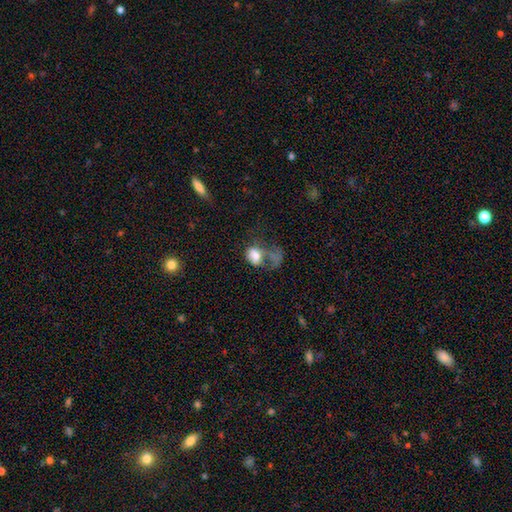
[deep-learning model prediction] This is likely a smooth galaxy (65%). How rounded: likely in between (72%). Merging: possibly major disturbance (55%).